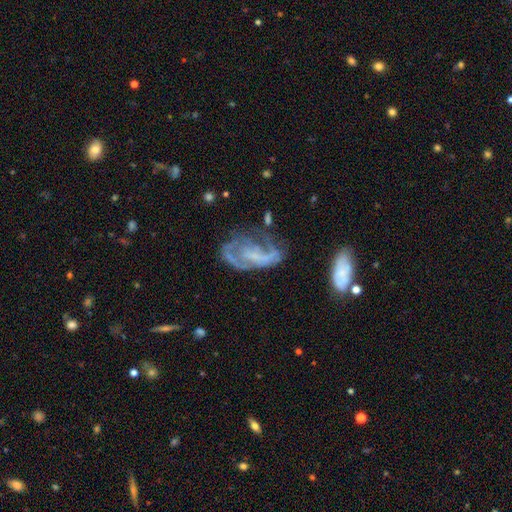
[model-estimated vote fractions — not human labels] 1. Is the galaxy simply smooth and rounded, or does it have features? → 73% featured or disk, 17% smooth, 9% star or artifact.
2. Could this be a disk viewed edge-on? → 95% no, 5% yes.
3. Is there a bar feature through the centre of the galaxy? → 52% no, 33% weak, 15% strong.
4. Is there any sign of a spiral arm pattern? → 71% yes, 29% no.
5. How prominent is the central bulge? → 50% none, 31% small, 14% moderate, 3% large, 1% dominant.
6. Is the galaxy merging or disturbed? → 39% none, 32% major disturbance, 23% minor disturbance, 7% merger.